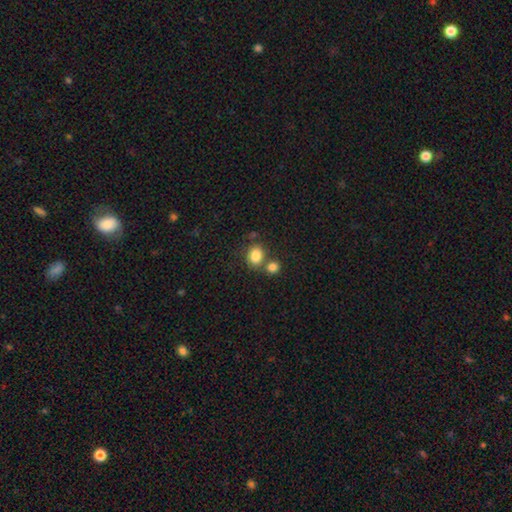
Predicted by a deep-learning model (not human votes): Overall: smooth (84%). How rounded: round (55%; in between 44%). Merging: none (58%; merger 28%).